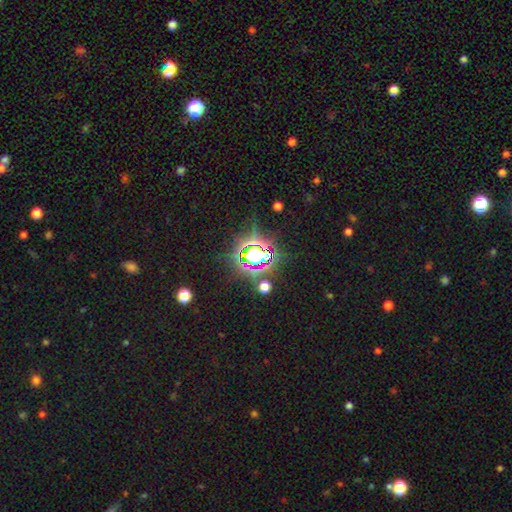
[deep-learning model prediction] A star or artifact, not a galaxy (75%).

Vote fractions:
- Smooth or featured? star or artifact: 75% / smooth: 14% / featured or disk: 11%